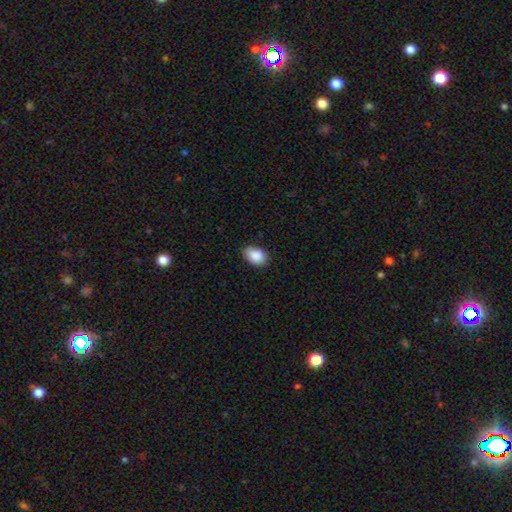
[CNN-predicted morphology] Smooth or featured? smooth (88%)
How rounded? in between (84%)
Merging? none (78%)